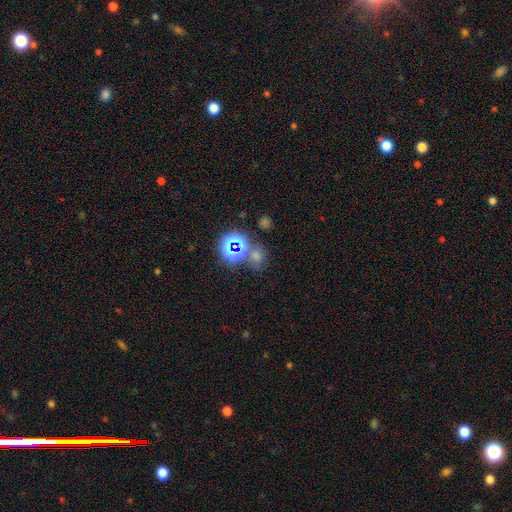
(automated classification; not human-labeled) Morphology: type=star or artifact (49%).